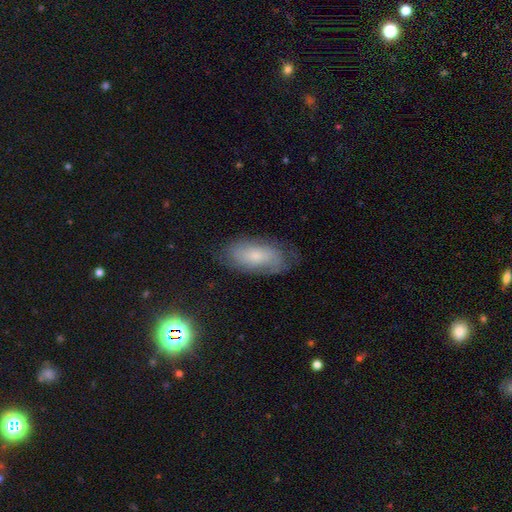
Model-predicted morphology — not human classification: Q: Smooth or featured?
A: smooth (46%); runner-up: featured or disk (44%)
Q: Merging?
A: none (70%); runner-up: minor disturbance (21%)